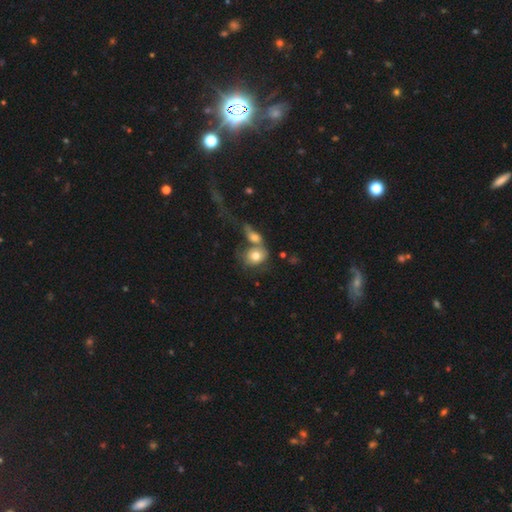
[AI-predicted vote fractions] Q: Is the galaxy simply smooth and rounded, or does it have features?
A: smooth — 71%.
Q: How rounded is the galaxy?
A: round — 53%.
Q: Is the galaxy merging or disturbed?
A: merger — 51%.